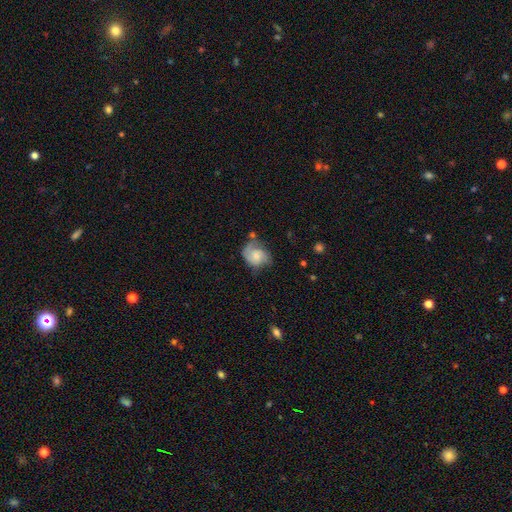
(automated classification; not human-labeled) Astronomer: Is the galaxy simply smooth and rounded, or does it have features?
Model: featured or disk — 57% (runner-up: smooth, 35%).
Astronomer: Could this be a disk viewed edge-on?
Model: no — 97%.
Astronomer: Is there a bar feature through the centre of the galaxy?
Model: no — 65%.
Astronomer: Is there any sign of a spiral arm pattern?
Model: yes — 88%.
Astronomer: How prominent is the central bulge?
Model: small — 39% (runner-up: moderate, 37%).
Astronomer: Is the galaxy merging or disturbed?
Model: none — 49% (runner-up: minor disturbance, 30%).